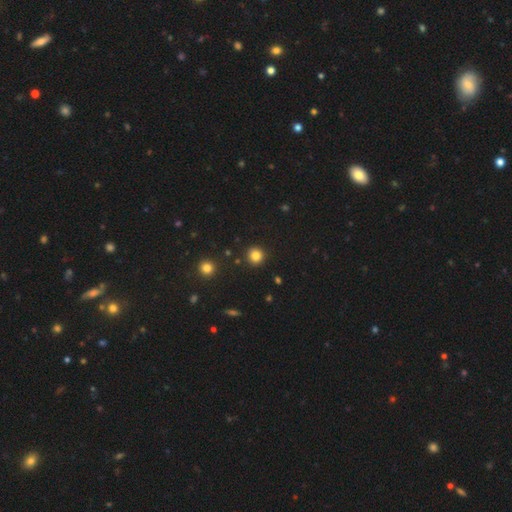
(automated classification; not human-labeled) This is clearly a smooth galaxy (82%). How rounded: clearly round (93%). Merging: clearly none (91%).